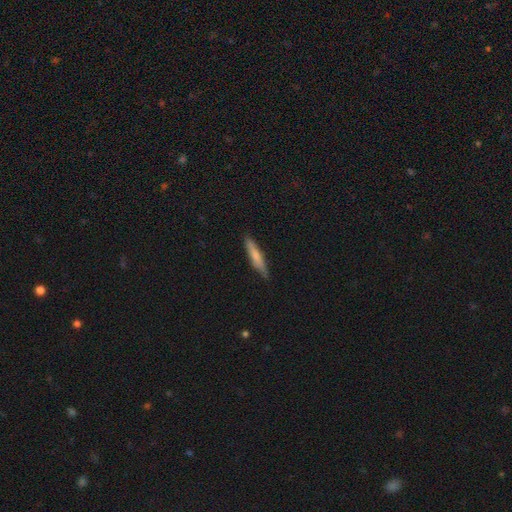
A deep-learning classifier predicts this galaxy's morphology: This is likely a smooth galaxy (71%). How rounded: clearly cigar-shaped (88%). Merging: clearly none (84%).